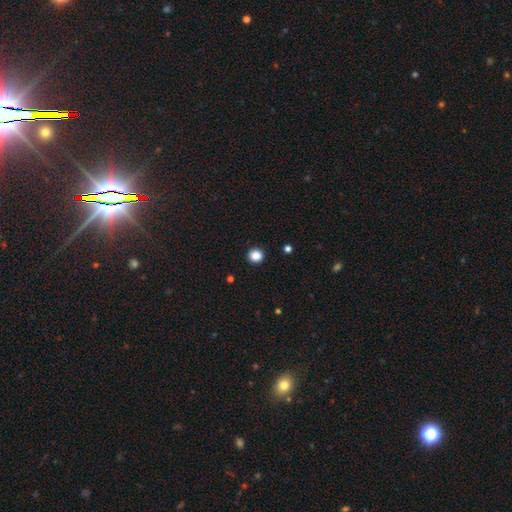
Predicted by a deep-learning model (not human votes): Smooth or featured?
  - smooth: 86% *
  - star or artifact: 11%
  - featured or disk: 3%
How rounded?
  - round: 91% *
  - in between: 8%
  - cigar-shaped: 1%
Merging?
  - none: 92% *
  - minor disturbance: 5%
  - major disturbance: 2%
  - merger: 1%